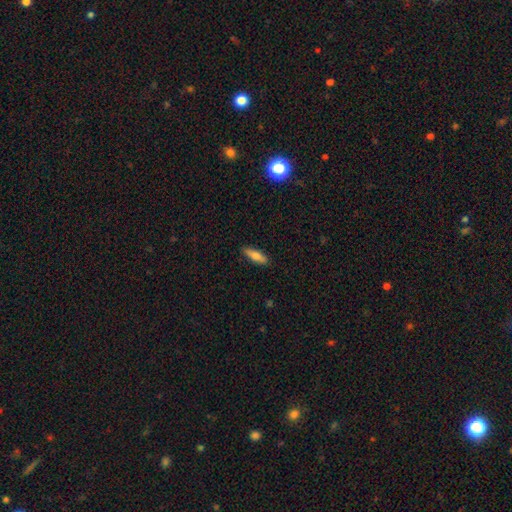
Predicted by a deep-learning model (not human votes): smooth 75%, featured or disk 18%, star or artifact 6%. Down the decision tree: how rounded — cigar-shaped (56%); merging — none (88%).